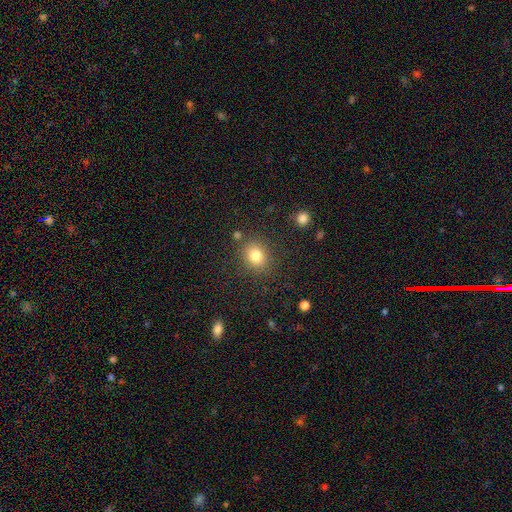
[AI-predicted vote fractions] This is clearly a smooth galaxy (80%). How rounded: likely round (72%). Merging: clearly none (84%).